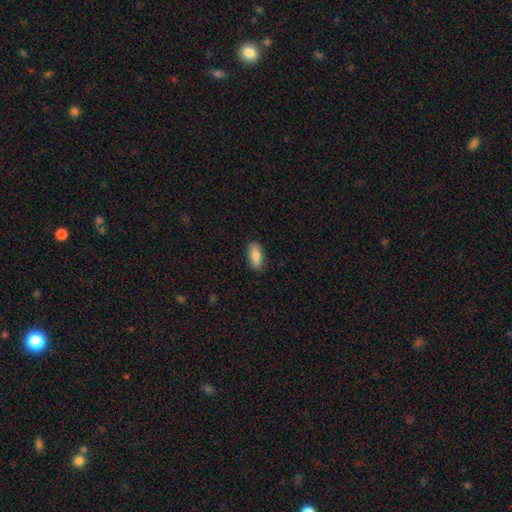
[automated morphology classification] A smooth galaxy with no disk features (82%) that is in between round and cigar-shaped (84%).

Vote fractions:
- Smooth or featured? smooth: 82% / featured or disk: 11% / star or artifact: 6%
- How rounded? in between: 84% / cigar-shaped: 13% / round: 3%
- Merging? none: 87% / minor disturbance: 10% / major disturbance: 2% / merger: 1%